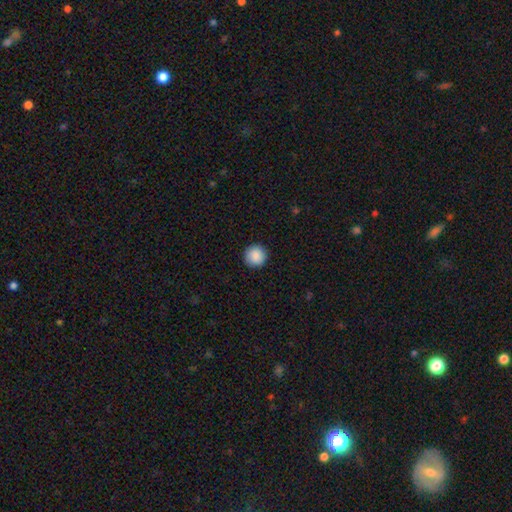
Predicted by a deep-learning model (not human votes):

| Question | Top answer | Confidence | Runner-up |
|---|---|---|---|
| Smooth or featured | smooth | 89% | star or artifact (8%) |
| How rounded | round | 96% | in between (3%) |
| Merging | none | 92% | minor disturbance (5%) |